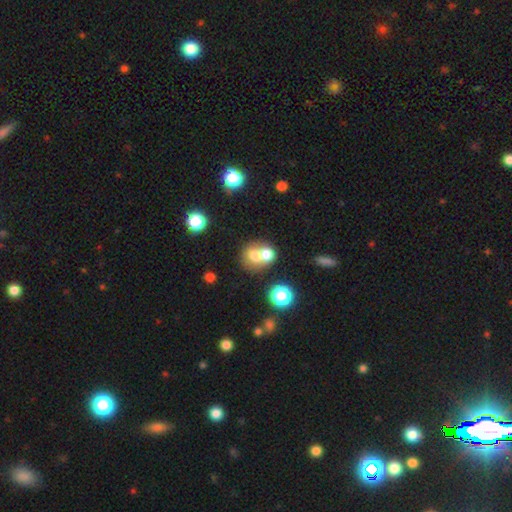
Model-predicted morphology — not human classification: Smooth or featured?
  - smooth: 68% *
  - featured or disk: 19%
  - star or artifact: 12%
How rounded?
  - round: 72% *
  - in between: 27%
  - cigar-shaped: 1%
Merging?
  - merger: 60% *
  - none: 30%
  - minor disturbance: 6%
  - major disturbance: 4%